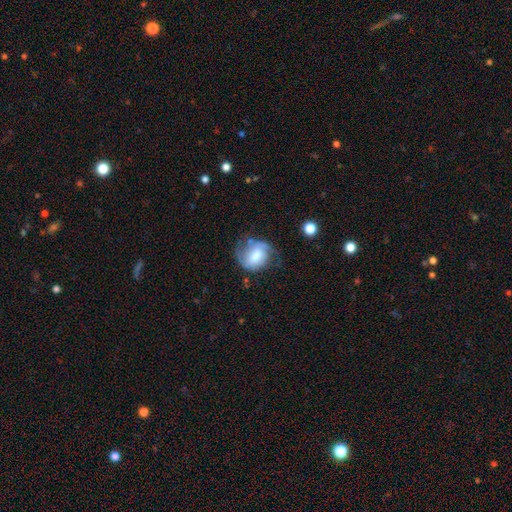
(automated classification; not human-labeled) Smooth or featured? featured or disk (60%)
Edge-on disk? no (97%)
Bar? weak (44%)
Spiral arms? yes (86%)
Spiral winding? medium (44%)
Spiral arm count? 2 (64%)
Bulge size? moderate (55%)
Merging? none (53%)